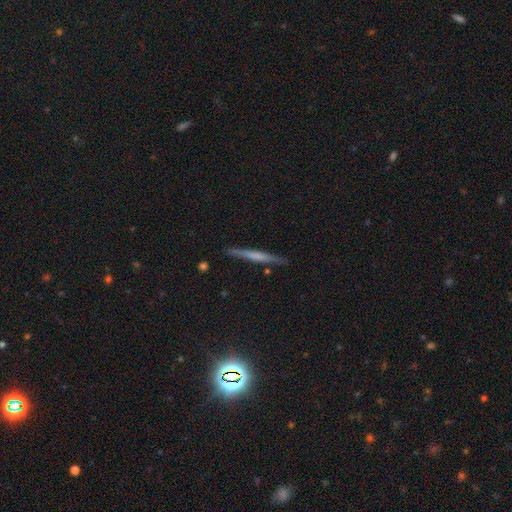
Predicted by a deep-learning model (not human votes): A featured or disk galaxy (50%). Merging: none (88%).